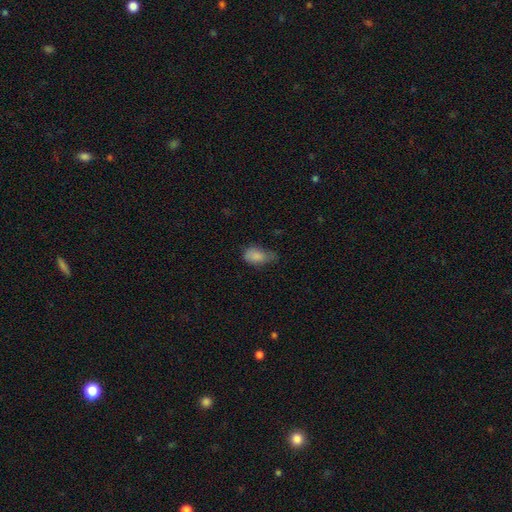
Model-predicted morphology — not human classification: This is clearly a smooth galaxy (84%). How rounded: clearly in between (89%). Merging: marginally minor disturbance (43%).